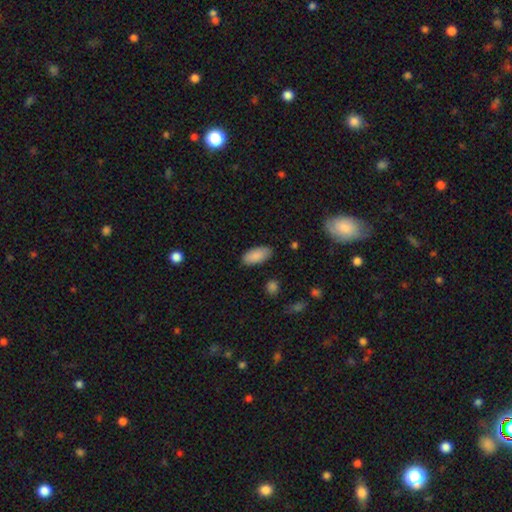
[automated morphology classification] Smooth or featured? Predicted: smooth (p=0.88). How rounded? Predicted: in between (p=0.92). Merging? Predicted: none (p=0.85).